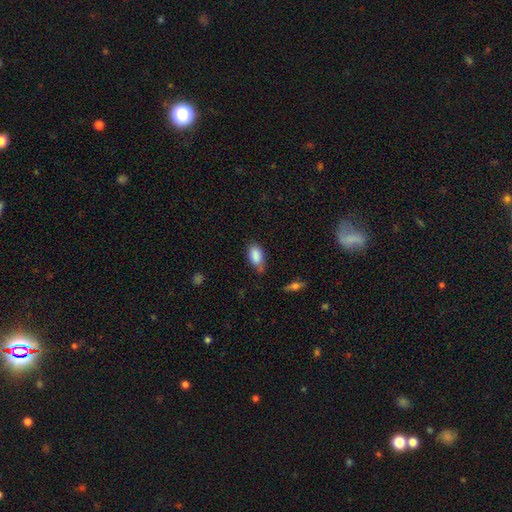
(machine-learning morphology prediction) Smooth or featured?
  - smooth: 87% *
  - star or artifact: 8%
  - featured or disk: 5%
How rounded?
  - in between: 91% *
  - round: 5%
  - cigar-shaped: 4%
Merging?
  - none: 61% *
  - minor disturbance: 28%
  - major disturbance: 6%
  - merger: 5%